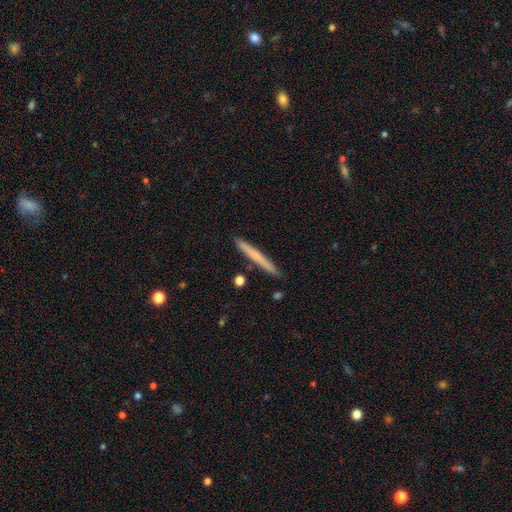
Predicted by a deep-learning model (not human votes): A smooth galaxy with no disk features (63%) that is cigar-shaped (97%).

Vote fractions:
- Smooth or featured? smooth: 63% / featured or disk: 32% / star or artifact: 6%
- How rounded? cigar-shaped: 97% / in between: 2% / round: 1%
- Merging? none: 90% / minor disturbance: 7% / merger: 2% / major disturbance: 1%